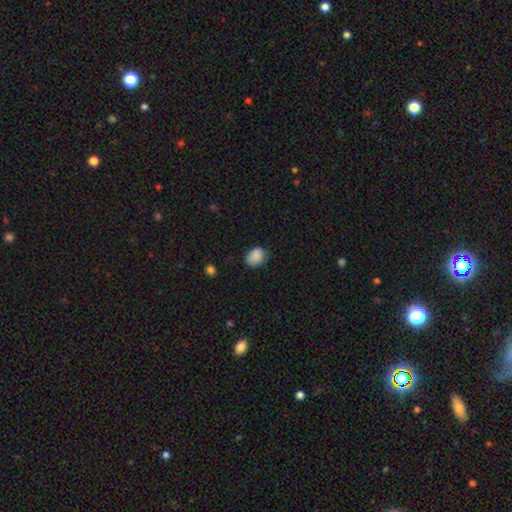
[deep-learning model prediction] smooth-or-featured: smooth: 87% | star or artifact: 9% | featured or disk: 5%
  how-rounded: in between: 64% | round: 35% | cigar-shaped: 1%
  merging: none: 69% | minor disturbance: 25% | major disturbance: 5% | merger: 1%